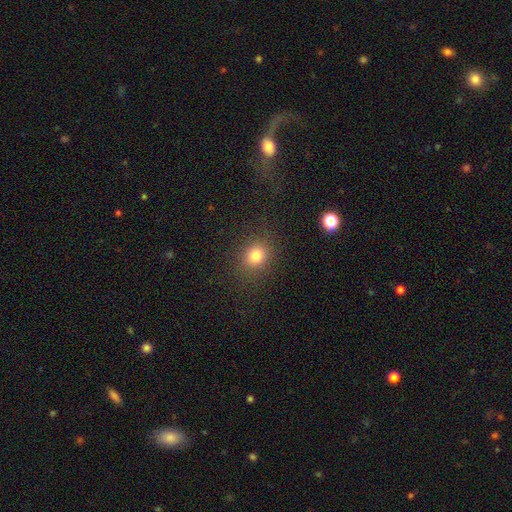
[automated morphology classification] Q: Smooth or featured?
A: smooth (80%); runner-up: star or artifact (14%)
Q: How rounded?
A: round (71%); runner-up: in between (28%)
Q: Merging?
A: none (86%); runner-up: minor disturbance (9%)